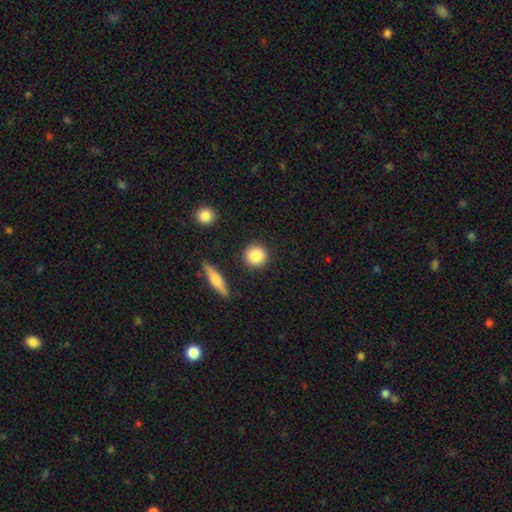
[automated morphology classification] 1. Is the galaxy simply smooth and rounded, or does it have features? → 86% smooth, 7% star or artifact, 7% featured or disk.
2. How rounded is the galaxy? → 90% round, 8% in between, 2% cigar-shaped.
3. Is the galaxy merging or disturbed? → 89% none, 7% minor disturbance, 2% merger, 2% major disturbance.